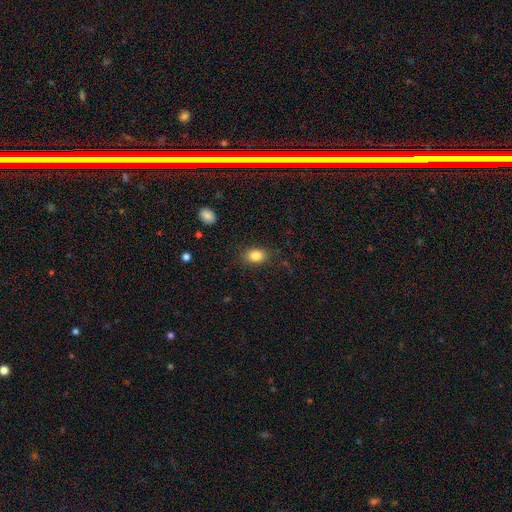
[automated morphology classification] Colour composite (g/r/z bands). It shows a smooth galaxy with no disk features (83%) that is in between round and cigar-shaped (73%). Merging: none (84%).